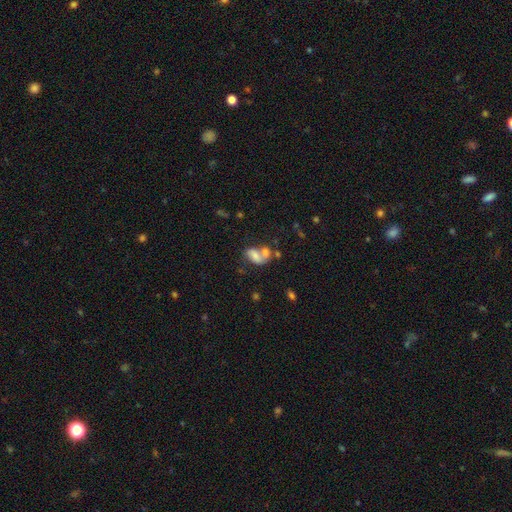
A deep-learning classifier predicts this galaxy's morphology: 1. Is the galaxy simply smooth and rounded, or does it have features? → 48% smooth, 41% featured or disk, 11% star or artifact.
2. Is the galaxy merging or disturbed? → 47% merger, 25% none, 14% minor disturbance, 13% major disturbance.